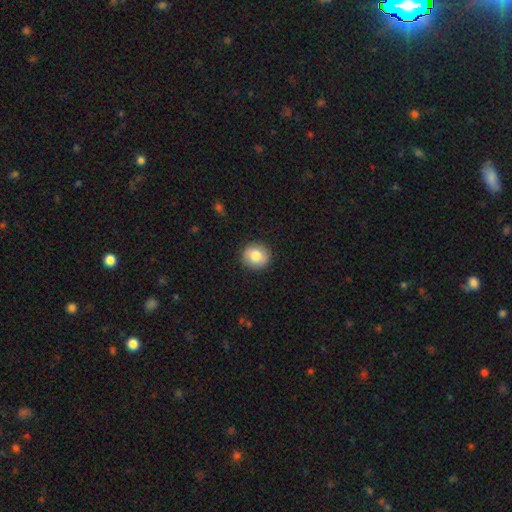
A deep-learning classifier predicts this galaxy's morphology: smooth 82%, featured or disk 10%, star or artifact 8%. Down the decision tree: how rounded — round (88%); merging — none (91%).